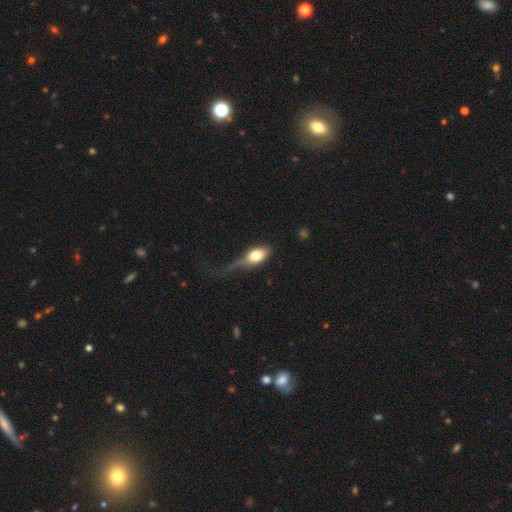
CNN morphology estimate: This is likely a smooth galaxy (73%). How rounded: clearly in between (81%). Merging: marginally major disturbance (40%).